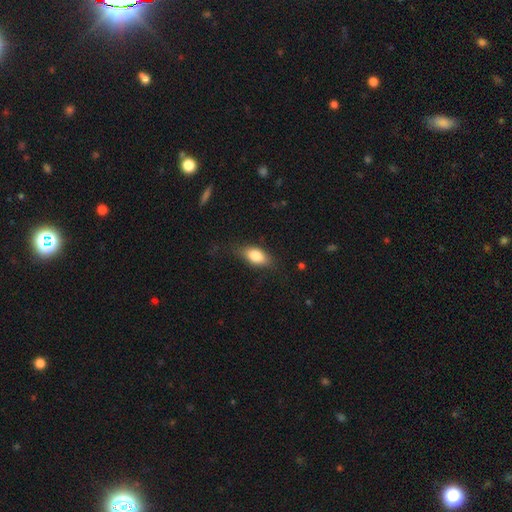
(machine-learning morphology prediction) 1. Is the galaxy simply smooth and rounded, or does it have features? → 79% smooth, 13% featured or disk, 7% star or artifact.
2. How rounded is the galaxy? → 86% in between, 8% cigar-shaped, 6% round.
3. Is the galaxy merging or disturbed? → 75% none, 18% minor disturbance, 5% major disturbance, 1% merger.